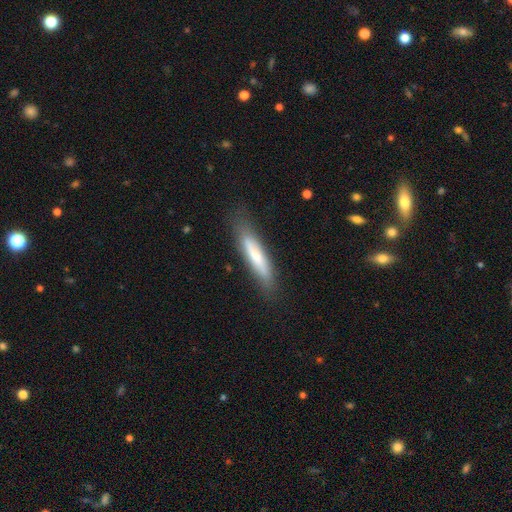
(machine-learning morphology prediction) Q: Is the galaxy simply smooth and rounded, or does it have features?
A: smooth — 63%.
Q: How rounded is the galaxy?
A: cigar-shaped — 86%.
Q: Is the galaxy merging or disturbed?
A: none — 79%.